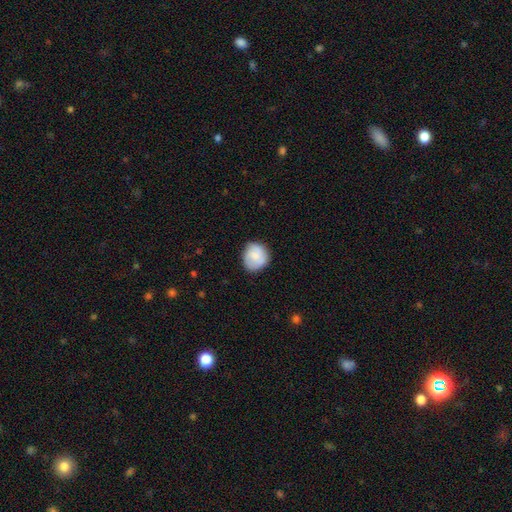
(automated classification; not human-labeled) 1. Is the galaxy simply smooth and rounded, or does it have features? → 77% smooth, 16% featured or disk, 6% star or artifact.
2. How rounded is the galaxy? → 80% round, 19% in between, 1% cigar-shaped.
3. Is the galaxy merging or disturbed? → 76% none, 19% minor disturbance, 4% major disturbance, 1% merger.